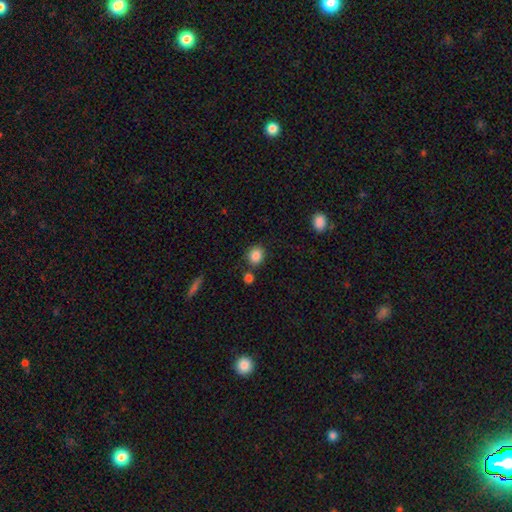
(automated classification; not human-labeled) Smooth or featured? smooth (86%)
How rounded? round (71%)
Merging? none (78%)